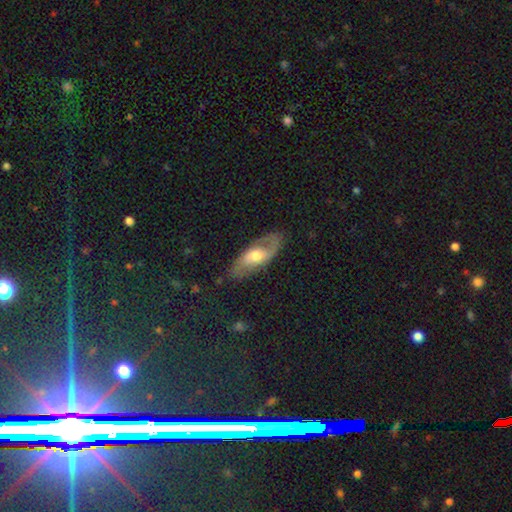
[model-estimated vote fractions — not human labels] featured or disk 61%, smooth 33%, star or artifact 6%. Down the decision tree: edge-on disk — no (83%); bar — no (54%); spiral arms — yes (72%); bulge size — moderate (70%); merging — none (74%).